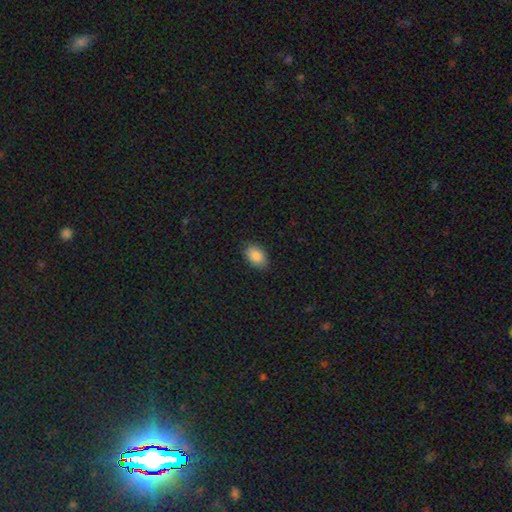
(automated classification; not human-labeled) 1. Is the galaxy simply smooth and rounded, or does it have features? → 88% smooth, 8% star or artifact, 5% featured or disk.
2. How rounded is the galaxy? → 87% in between, 11% round, 1% cigar-shaped.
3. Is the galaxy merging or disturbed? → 85% none, 11% minor disturbance, 2% major disturbance, 1% merger.